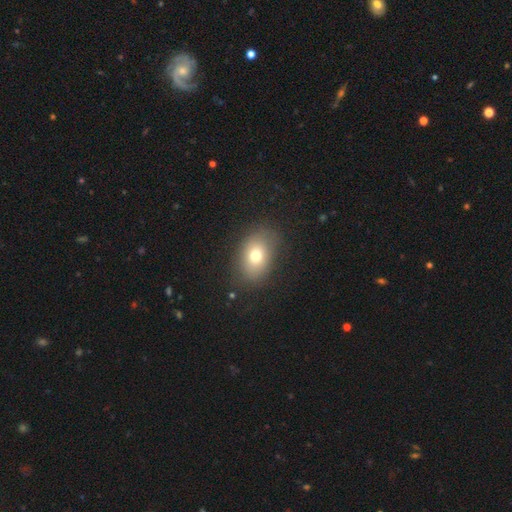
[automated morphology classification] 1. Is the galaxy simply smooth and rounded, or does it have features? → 73% smooth, 15% featured or disk, 12% star or artifact.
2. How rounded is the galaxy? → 76% in between, 23% round, 1% cigar-shaped.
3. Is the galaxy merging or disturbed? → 80% none, 14% minor disturbance, 5% major disturbance, 1% merger.